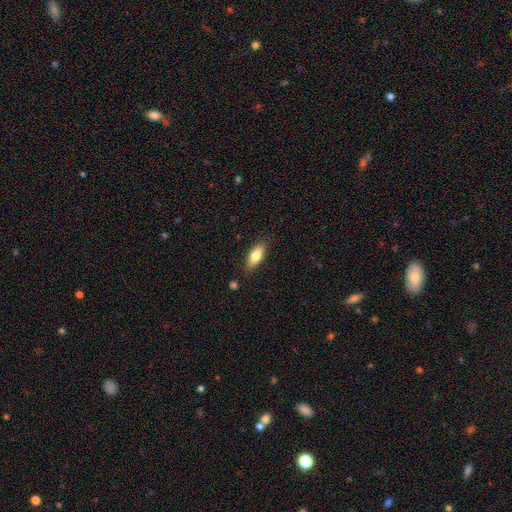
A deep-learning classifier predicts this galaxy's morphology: smooth_or_featured: smooth (p=0.78) [alt: featured or disk p=0.15]
how_rounded: in between (p=0.77) [alt: cigar-shaped p=0.20]
merging: none (p=0.85) [alt: minor disturbance p=0.11]